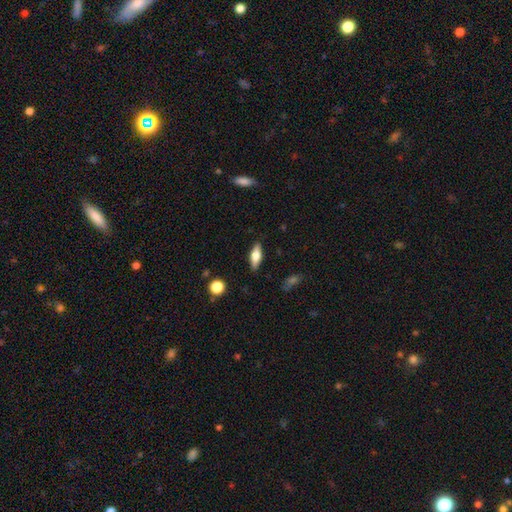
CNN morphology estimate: smooth 54%, featured or disk 39%, star or artifact 7%. Down the decision tree: how rounded — in between (62%); merging — none (86%).